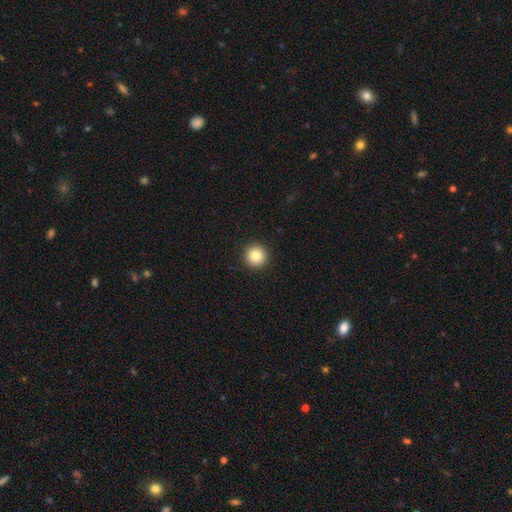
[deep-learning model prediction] This is clearly a smooth galaxy (84%). How rounded: clearly round (96%). Merging: clearly none (93%).